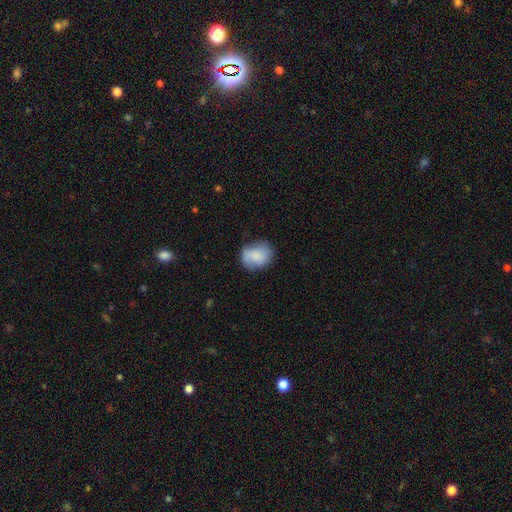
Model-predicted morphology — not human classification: A smooth galaxy with no disk features (78%) that is round (52%). Merging: none (62%).